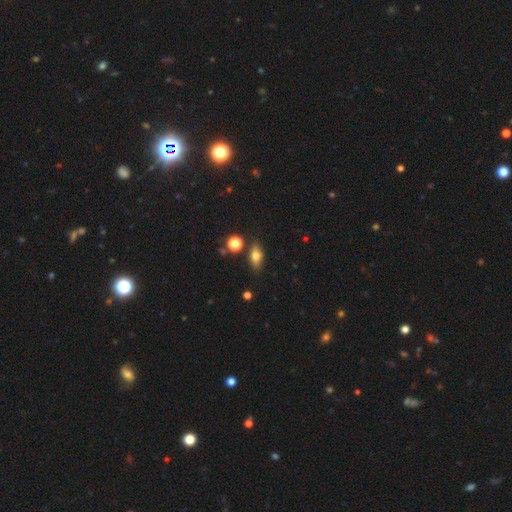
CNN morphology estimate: smooth-or-featured: smooth: 71% | featured or disk: 18% | star or artifact: 10%
  how-rounded: in between: 77% | cigar-shaped: 12% | round: 11%
  merging: none: 80% | minor disturbance: 12% | merger: 4% | major disturbance: 3%